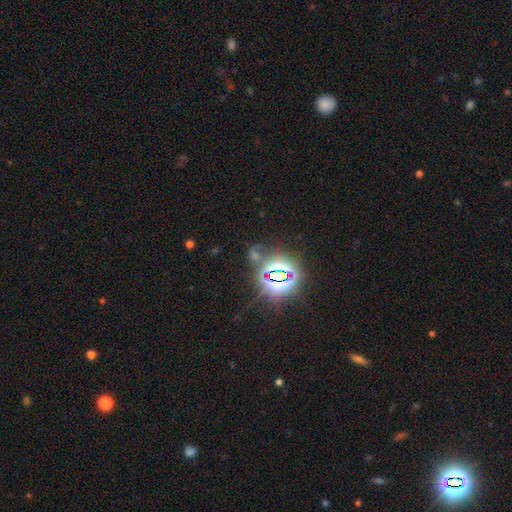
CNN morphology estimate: Smooth or featured: star or artifact — 75% (smooth — 17%)